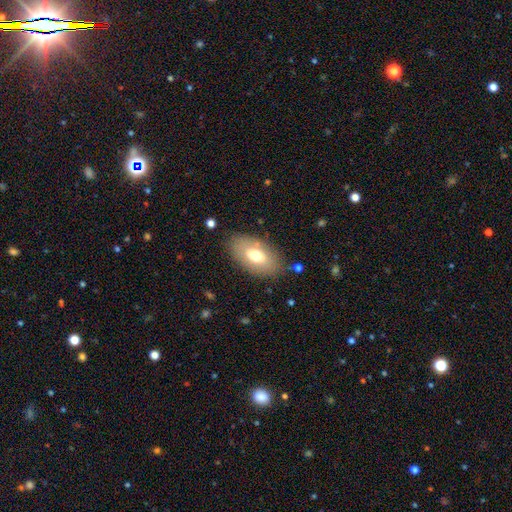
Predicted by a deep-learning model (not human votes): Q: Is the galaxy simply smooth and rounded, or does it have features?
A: smooth — 67%.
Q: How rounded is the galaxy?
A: in between — 92%.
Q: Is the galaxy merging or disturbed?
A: none — 81%.